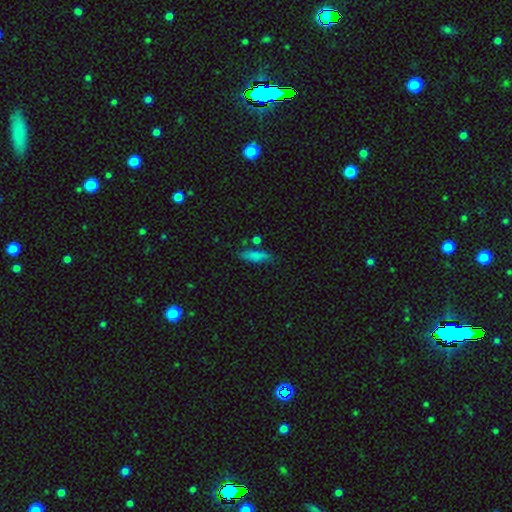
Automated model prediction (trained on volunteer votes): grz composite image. It shows a smooth galaxy with no disk features (79%) that is cigar-shaped (58%). Merging: none (70%).